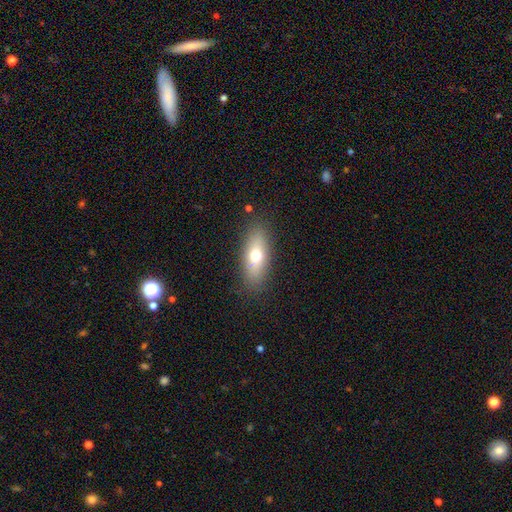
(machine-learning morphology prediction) Smooth or featured? Predicted: smooth (p=0.66). How rounded? Predicted: in between (p=0.67). Merging? Predicted: none (p=0.85).